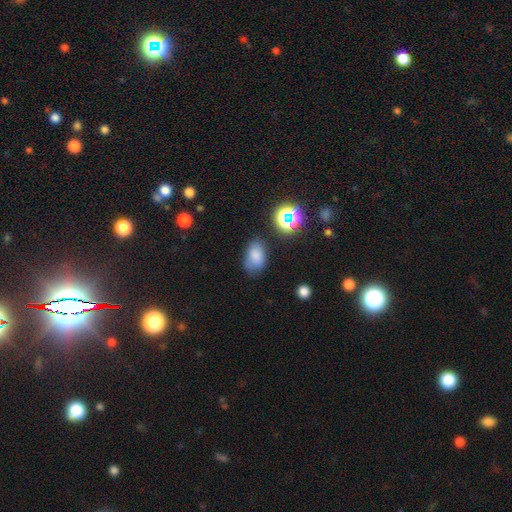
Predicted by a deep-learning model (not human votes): Morphology: type=smooth (77%); roundness=in between (87%); merging=none (65%).